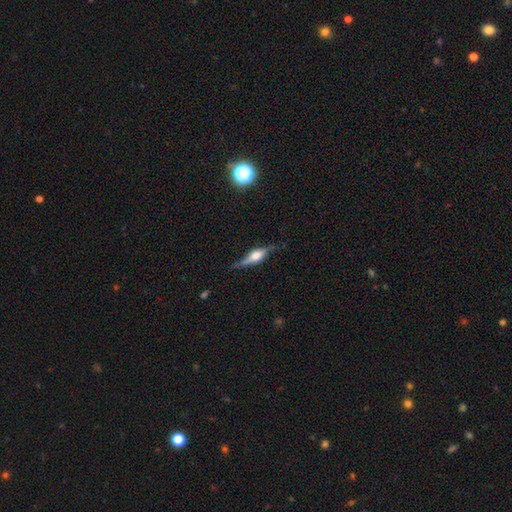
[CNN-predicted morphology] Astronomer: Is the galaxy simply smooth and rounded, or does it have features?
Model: featured or disk — 74%.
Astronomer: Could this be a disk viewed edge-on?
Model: yes — 93%.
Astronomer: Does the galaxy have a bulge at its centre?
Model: rounded — 85%.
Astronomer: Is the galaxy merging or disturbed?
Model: none — 76%.